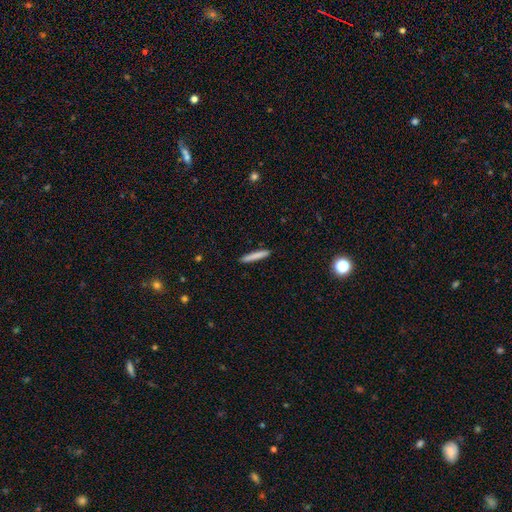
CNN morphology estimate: Overall: smooth (82%). How rounded: cigar-shaped (94%). Merging: none (92%).